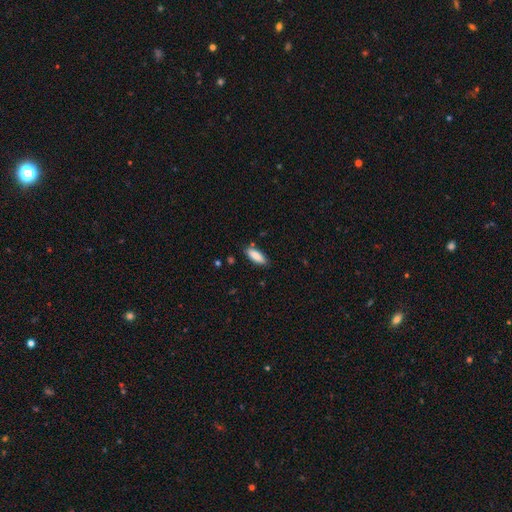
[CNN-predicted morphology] smooth 87%, featured or disk 7%, star or artifact 6%. Down the decision tree: how rounded — in between (70%); merging — none (82%).